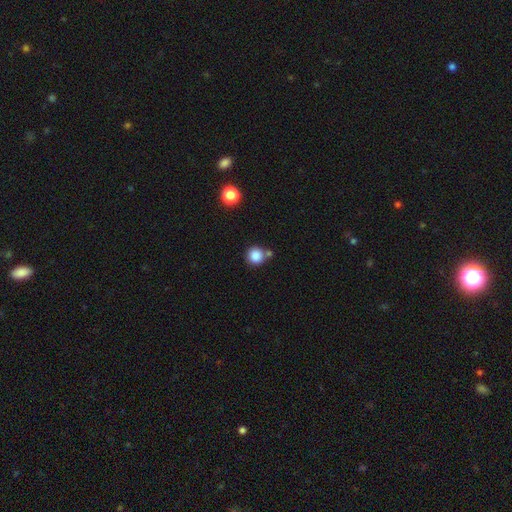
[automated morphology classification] A smooth galaxy with no disk features (86%) that is round (94%). Merging: none (71%).